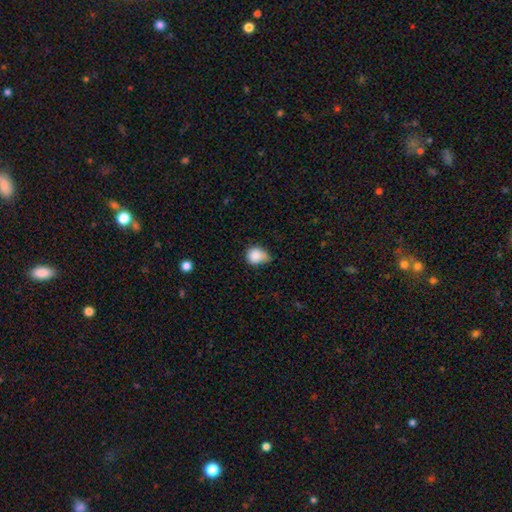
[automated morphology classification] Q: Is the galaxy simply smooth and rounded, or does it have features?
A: smooth — 86%.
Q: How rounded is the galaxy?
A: round — 61%.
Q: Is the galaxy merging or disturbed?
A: minor disturbance — 50%.